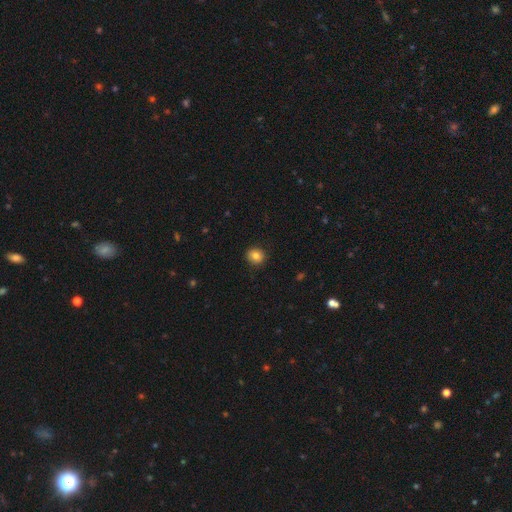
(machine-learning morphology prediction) smooth 82%, star or artifact 10%, featured or disk 8%. Down the decision tree: how rounded — round (86%); merging — none (90%).